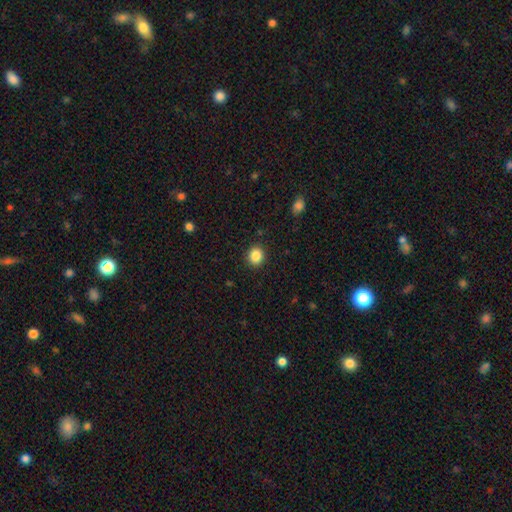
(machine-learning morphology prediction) Overall: smooth (86%). How rounded: round (77%). Merging: none (91%).